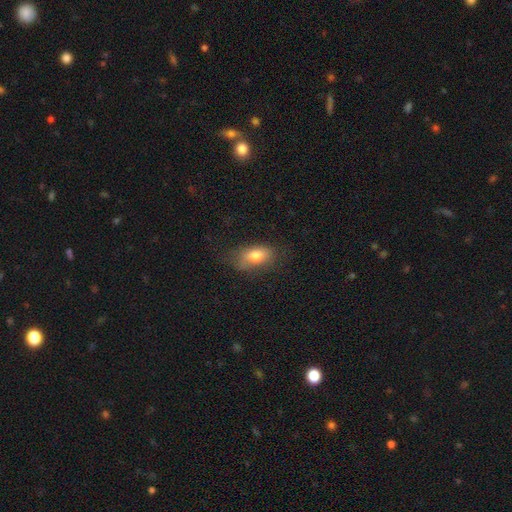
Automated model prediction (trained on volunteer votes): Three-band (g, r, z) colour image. It shows a smooth galaxy with no disk features (76%) that is in between round and cigar-shaped (86%). Merging: none (62%).